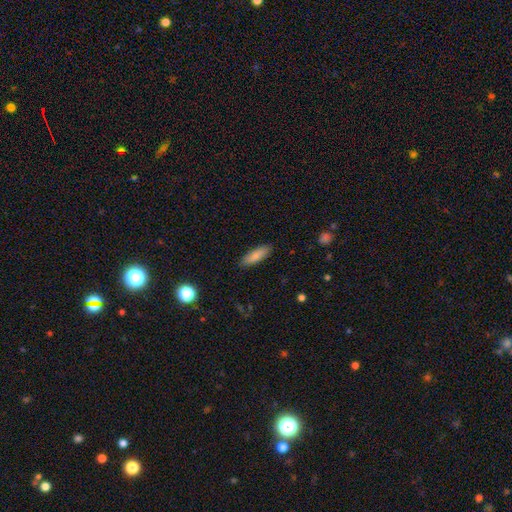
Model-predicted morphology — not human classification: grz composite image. It shows a smooth galaxy with no disk features (84%) that is in between round and cigar-shaped (51%). Merging: none (88%).